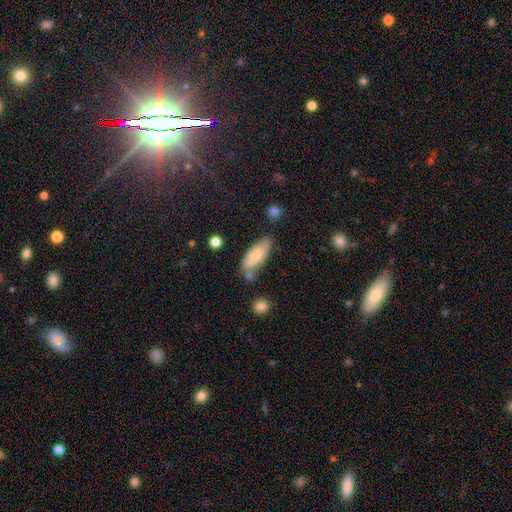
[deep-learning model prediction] Q: Smooth or featured?
A: smooth (75%); runner-up: featured or disk (18%)
Q: How rounded?
A: in between (78%); runner-up: cigar-shaped (20%)
Q: Merging?
A: none (61%); runner-up: minor disturbance (22%)